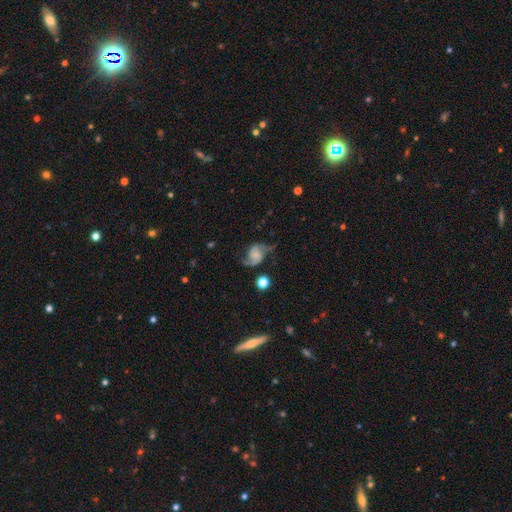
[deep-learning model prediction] featured or disk 75%, smooth 17%, star or artifact 8%. Down the decision tree: edge-on disk — no (98%); bar — no (62%); spiral arms — yes (94%); spiral arm count — 2 (90%); spiral winding — loose (53%); bulge size — small (40%); merging — none (60%).